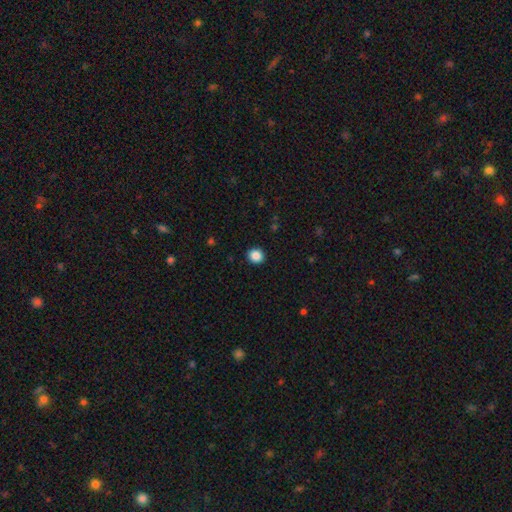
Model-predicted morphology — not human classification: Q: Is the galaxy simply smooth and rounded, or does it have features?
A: smooth — 87%.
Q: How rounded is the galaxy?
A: round — 86%.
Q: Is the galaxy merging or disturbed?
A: none — 92%.